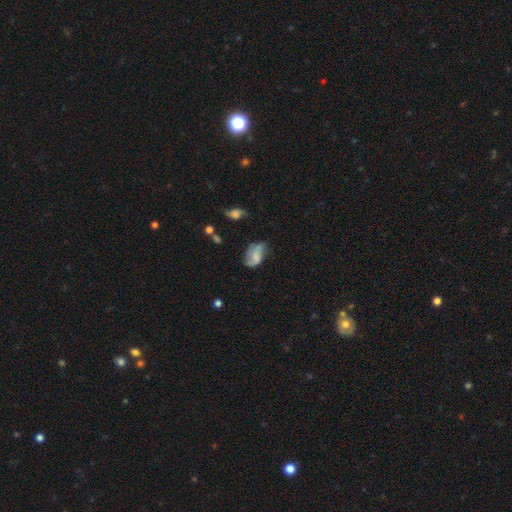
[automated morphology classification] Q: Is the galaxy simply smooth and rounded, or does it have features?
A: smooth — 45%, tied with featured or disk.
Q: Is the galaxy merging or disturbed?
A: none — 37%.